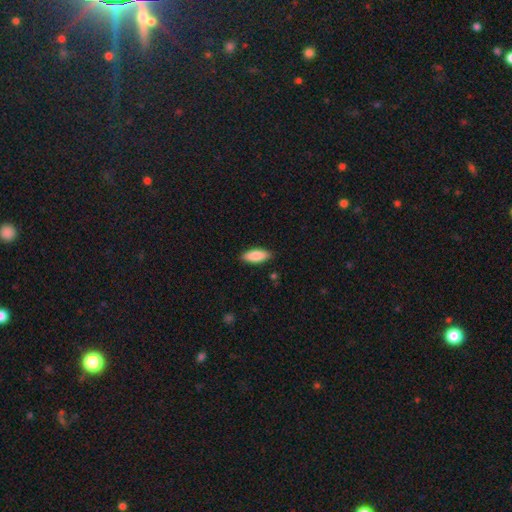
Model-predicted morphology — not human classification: This is clearly a smooth galaxy (88%). How rounded: likely in between (78%). Merging: clearly none (87%).